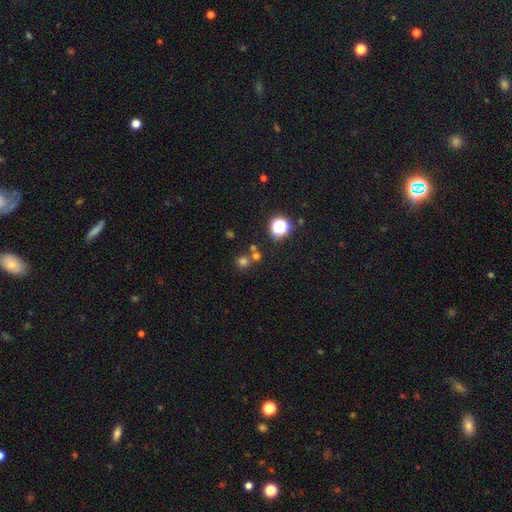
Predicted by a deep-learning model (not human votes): Smooth or featured? star or artifact (52%)